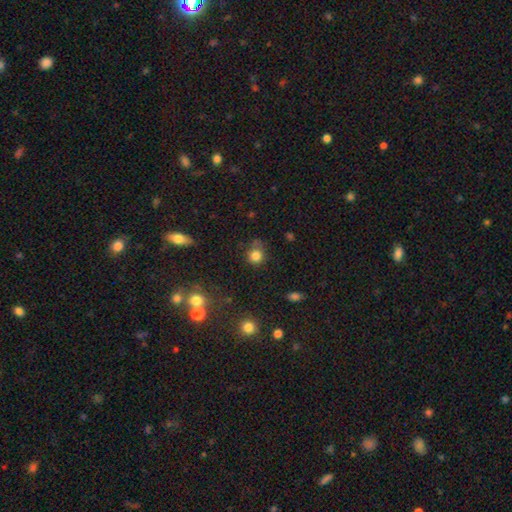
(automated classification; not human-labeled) Q: Smooth or featured?
A: smooth (80%); runner-up: star or artifact (14%)
Q: How rounded?
A: round (79%); runner-up: in between (20%)
Q: Merging?
A: none (58%); runner-up: minor disturbance (26%)